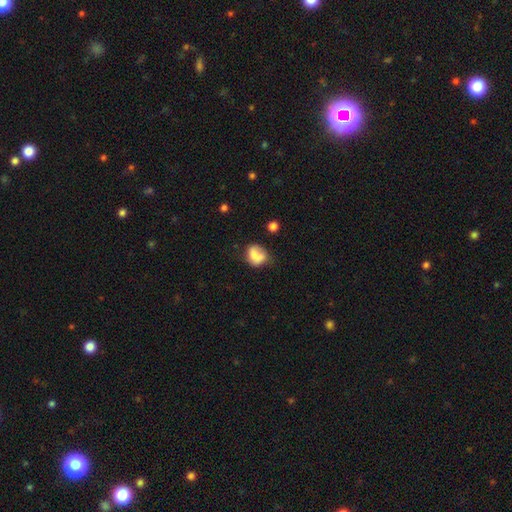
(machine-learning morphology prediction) smooth-or-featured: smooth: 71% | featured or disk: 19% | star or artifact: 9%
  how-rounded: in between: 52% | round: 47% | cigar-shaped: 1%
  merging: none: 42% | minor disturbance: 29% | merger: 16% | major disturbance: 13%